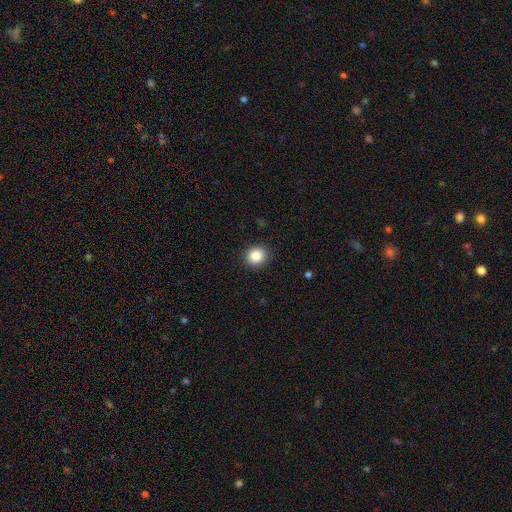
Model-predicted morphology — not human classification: This is clearly a smooth galaxy (85%). How rounded: clearly round (89%). Merging: clearly none (91%).